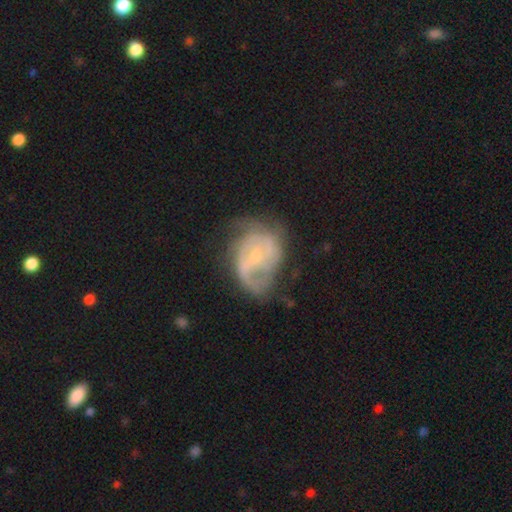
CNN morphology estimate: Smooth or featured? Predicted: featured or disk (p=0.76). Edge-on disk? Predicted: no (p=0.97). Bar? Predicted: weak (p=0.45). Spiral arms? Predicted: yes (p=0.82). Spiral winding? Predicted: medium (p=0.41). Spiral arm count? Predicted: 2 (p=0.43). Bulge size? Predicted: small (p=0.62). Merging? Predicted: none (p=0.45).